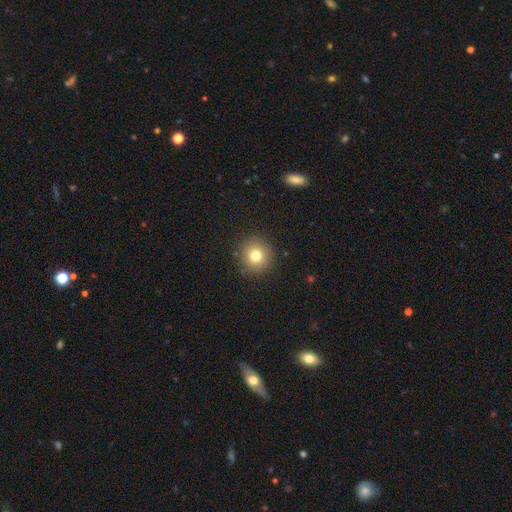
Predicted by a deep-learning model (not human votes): Smooth or featured? Predicted: smooth (p=0.78). How rounded? Predicted: round (p=0.93). Merging? Predicted: none (p=0.90).